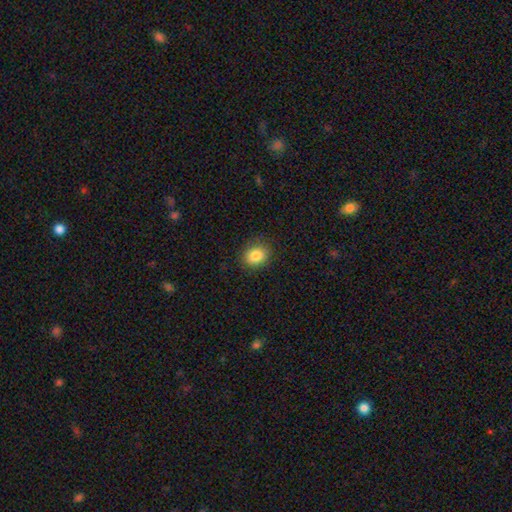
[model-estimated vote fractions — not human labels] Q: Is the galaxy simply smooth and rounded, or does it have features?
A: smooth — 84%.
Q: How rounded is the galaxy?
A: round — 57%.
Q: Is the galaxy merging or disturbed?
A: none — 87%.